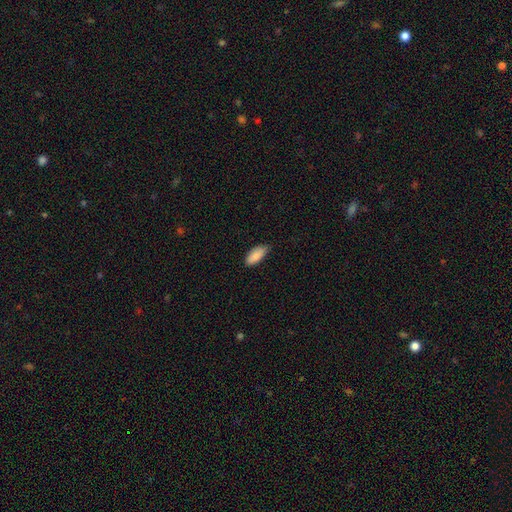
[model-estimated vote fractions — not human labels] smooth 87%, featured or disk 7%, star or artifact 6%. Down the decision tree: how rounded — in between (88%); merging — none (73%).